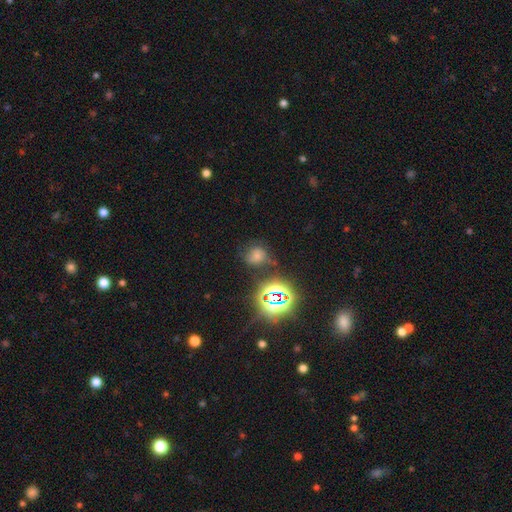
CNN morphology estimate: A star or artifact, not a galaxy (44%).

Vote fractions:
- Smooth or featured? star or artifact: 44% / smooth: 35% / featured or disk: 21%